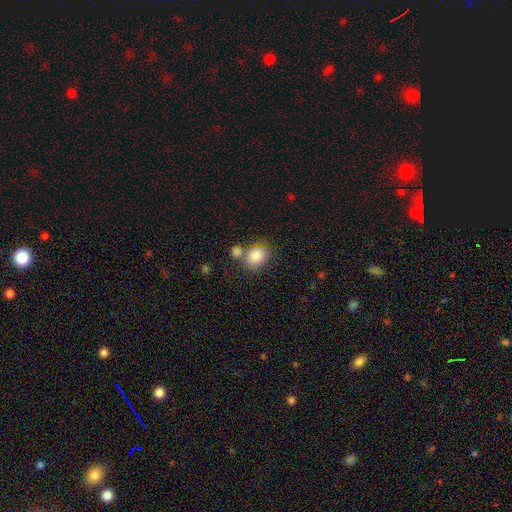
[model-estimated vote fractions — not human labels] This is clearly a smooth galaxy (83%). How rounded: possibly in between (59%). Merging: possibly none (49%).